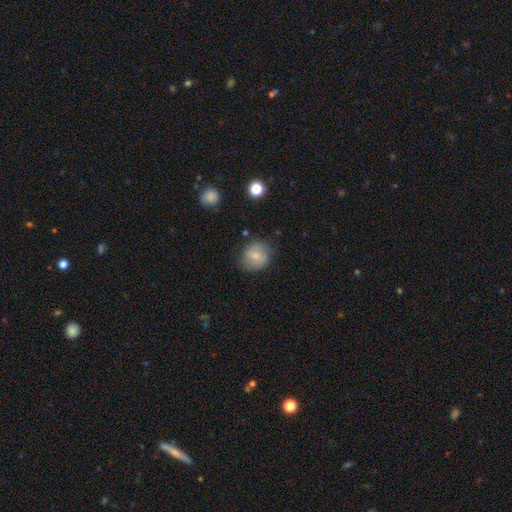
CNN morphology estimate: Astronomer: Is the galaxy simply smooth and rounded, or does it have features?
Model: smooth — 55% (runner-up: featured or disk, 37%).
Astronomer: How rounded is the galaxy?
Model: round — 75%.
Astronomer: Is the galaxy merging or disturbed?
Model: none — 75%.